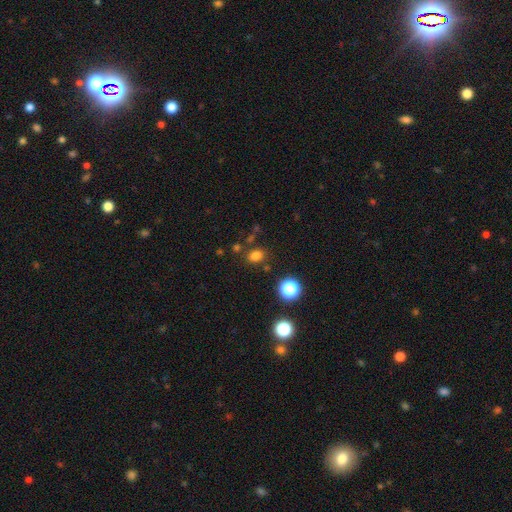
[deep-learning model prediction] smooth_or_featured: smooth (p=0.76) [alt: star or artifact p=0.19]
how_rounded: in between (p=0.54) [alt: round p=0.45]
merging: none (p=0.79) [alt: minor disturbance p=0.11]